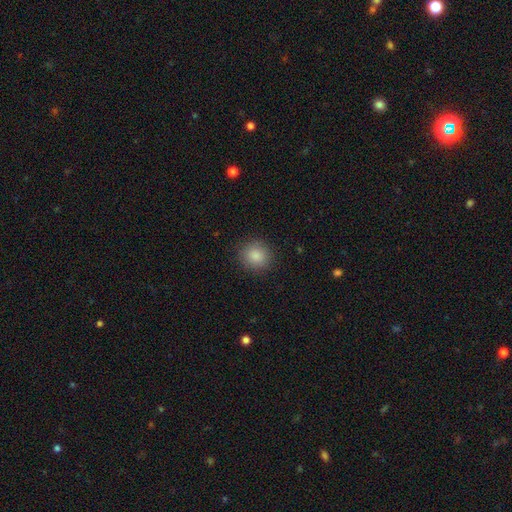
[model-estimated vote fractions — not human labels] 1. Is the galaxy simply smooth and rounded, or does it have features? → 87% smooth, 9% star or artifact, 4% featured or disk.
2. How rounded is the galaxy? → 90% round, 9% in between, 1% cigar-shaped.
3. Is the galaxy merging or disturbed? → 90% none, 7% minor disturbance, 2% major disturbance, 1% merger.